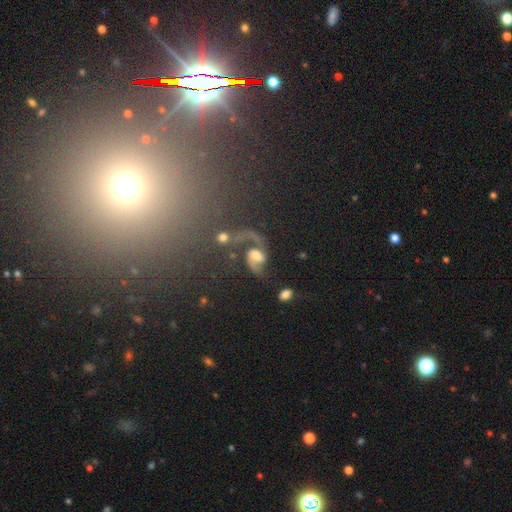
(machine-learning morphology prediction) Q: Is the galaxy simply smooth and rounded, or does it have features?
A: featured or disk — 83%.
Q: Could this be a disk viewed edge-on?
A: no — 98%.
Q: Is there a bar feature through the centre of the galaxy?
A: no — 45%.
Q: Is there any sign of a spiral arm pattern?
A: yes — 95%.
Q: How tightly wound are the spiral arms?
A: loose — 65%.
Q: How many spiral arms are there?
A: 2 — 89%.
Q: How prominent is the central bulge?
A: moderate — 42%.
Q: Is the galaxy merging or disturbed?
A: none — 52%.